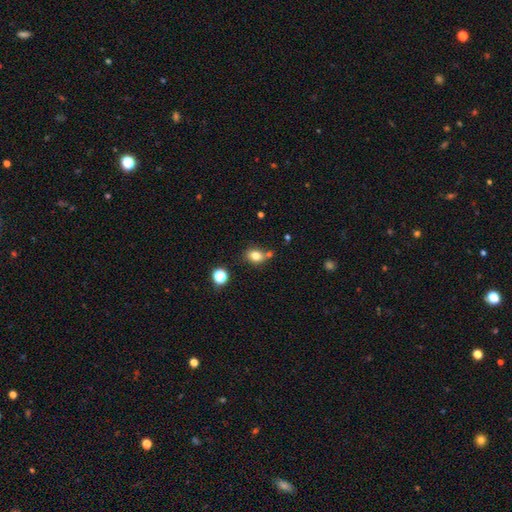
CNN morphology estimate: The model was most divided on "how rounded": in between: 55%, round: 44%, cigar-shaped: 1%. More confident: smooth or featured — smooth (79%); merging — none (63%).